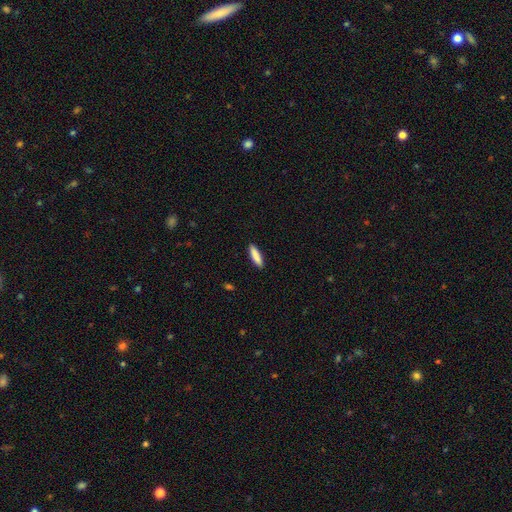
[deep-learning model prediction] A smooth galaxy with no disk features (87%) that is cigar-shaped (73%). Merging: none (91%).